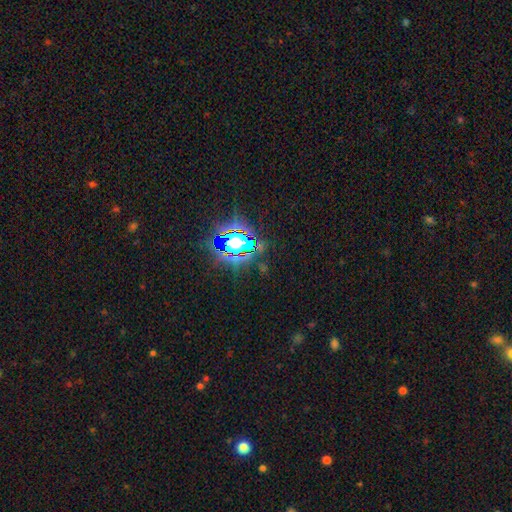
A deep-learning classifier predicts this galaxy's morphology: Smooth or featured?
  - star or artifact: 82% *
  - smooth: 11%
  - featured or disk: 6%